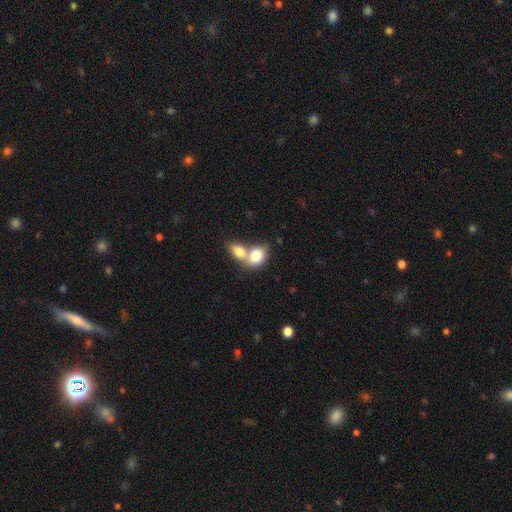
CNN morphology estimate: smooth_or_featured: smooth (p=0.79) [alt: featured or disk p=0.14]
how_rounded: in between (p=0.68) [alt: round p=0.31]
merging: merger (p=0.70) [alt: none p=0.20]